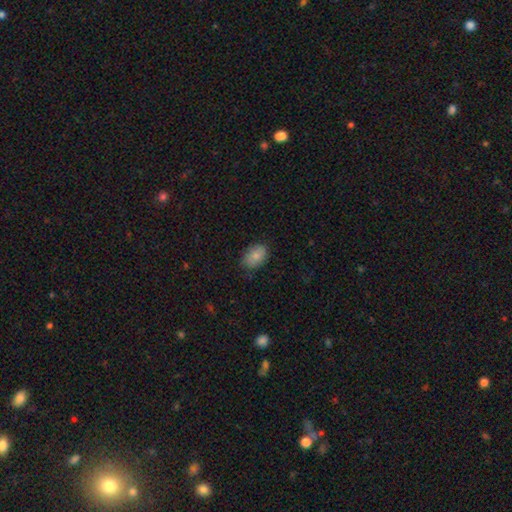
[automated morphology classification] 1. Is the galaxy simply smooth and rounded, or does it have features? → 83% smooth, 10% featured or disk, 7% star or artifact.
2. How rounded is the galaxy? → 88% in between, 10% round, 1% cigar-shaped.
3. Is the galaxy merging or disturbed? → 79% none, 17% minor disturbance, 3% major disturbance, 1% merger.